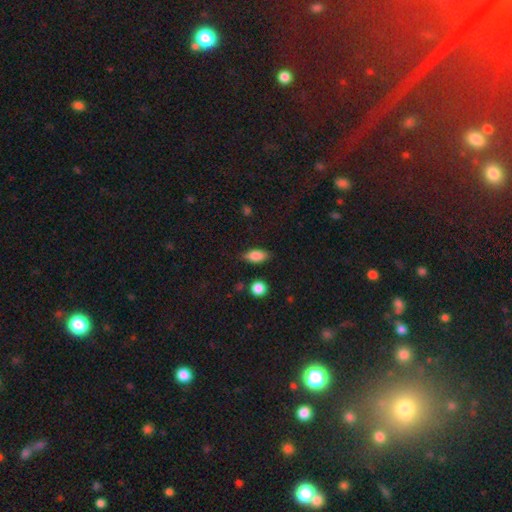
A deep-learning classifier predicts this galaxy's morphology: type=smooth (83%); roundness=in between (85%); merging=none (81%).